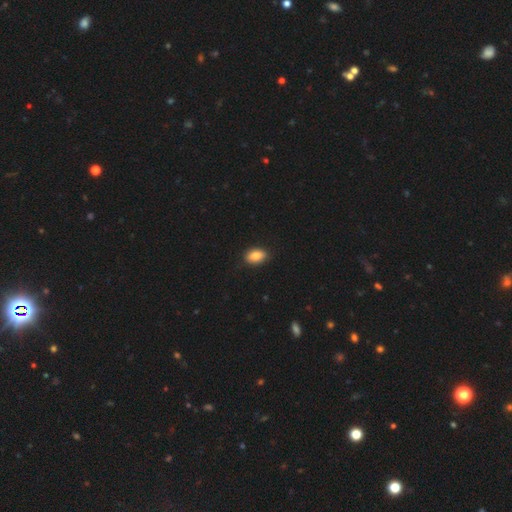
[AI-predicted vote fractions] smooth 83%, featured or disk 9%, star or artifact 8%. Down the decision tree: how rounded — in between (86%); merging — none (85%).